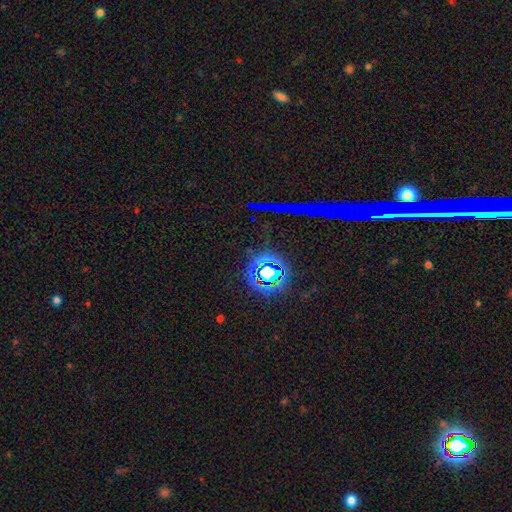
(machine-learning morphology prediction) This appears to be a star or artifact, not a galaxy (74%).